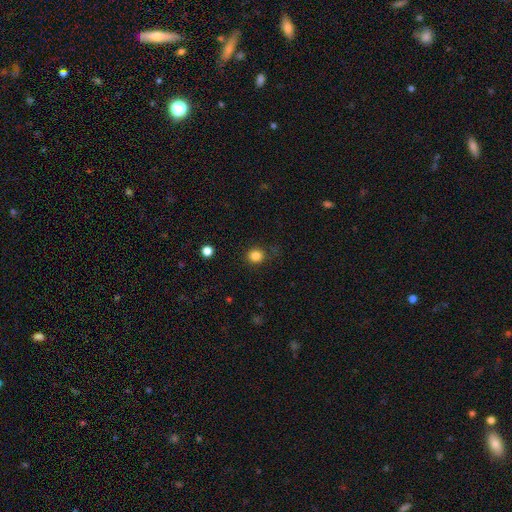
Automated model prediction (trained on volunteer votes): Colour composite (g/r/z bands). It shows a smooth galaxy with no disk features (84%) that is round (88%). Merging: none (82%).